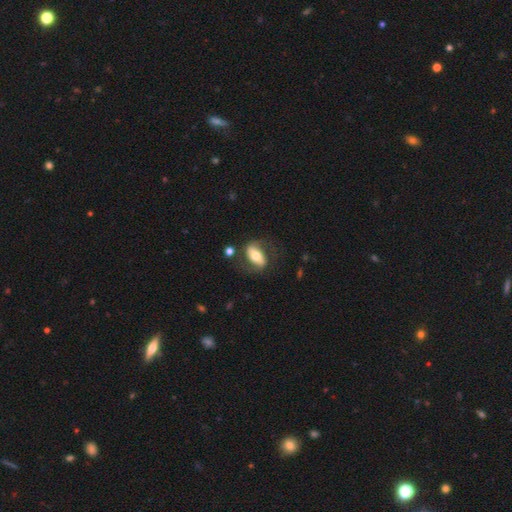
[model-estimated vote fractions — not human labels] Q: Smooth or featured?
A: featured or disk (52%); runner-up: smooth (41%)
Q: Edge-on disk?
A: no (87%); runner-up: yes (13%)
Q: Merging?
A: none (65%); runner-up: minor disturbance (19%)